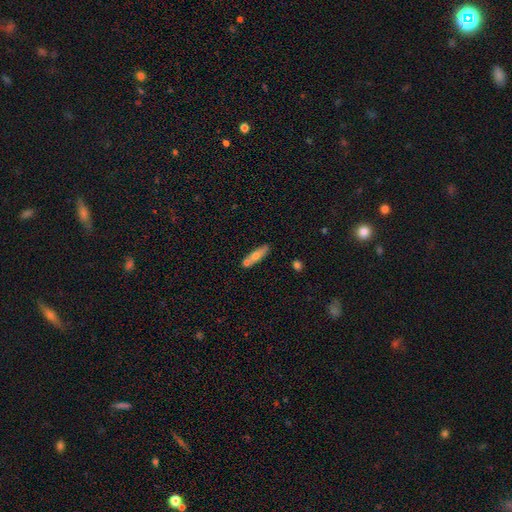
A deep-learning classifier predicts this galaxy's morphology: Smooth or featured: smooth — 62% (featured or disk — 32%)
How rounded: cigar-shaped — 60% (in between — 37%)
Merging: none — 62% (merger — 22%)